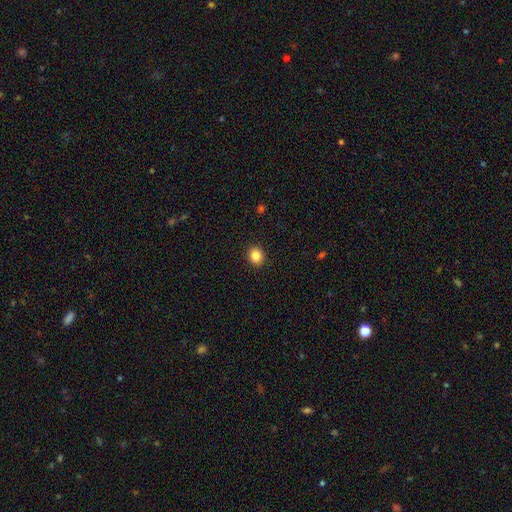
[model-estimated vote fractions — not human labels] Smooth or featured?
  - smooth: 85% *
  - star or artifact: 11%
  - featured or disk: 5%
How rounded?
  - round: 77% *
  - in between: 22%
  - cigar-shaped: 1%
Merging?
  - none: 92% *
  - minor disturbance: 6%
  - major disturbance: 2%
  - merger: 1%